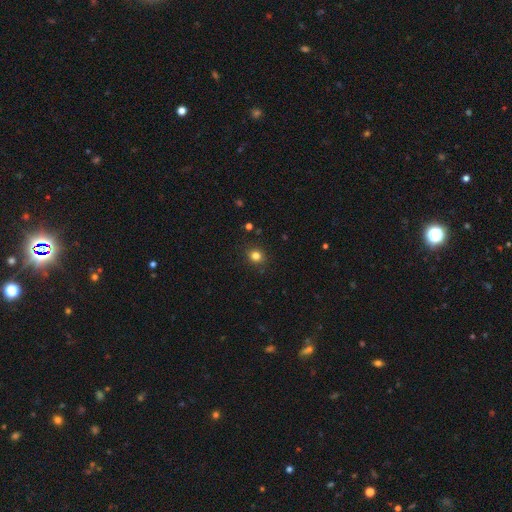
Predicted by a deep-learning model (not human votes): Smooth or featured? Predicted: smooth (p=0.81). How rounded? Predicted: round (p=0.83). Merging? Predicted: none (p=0.90).